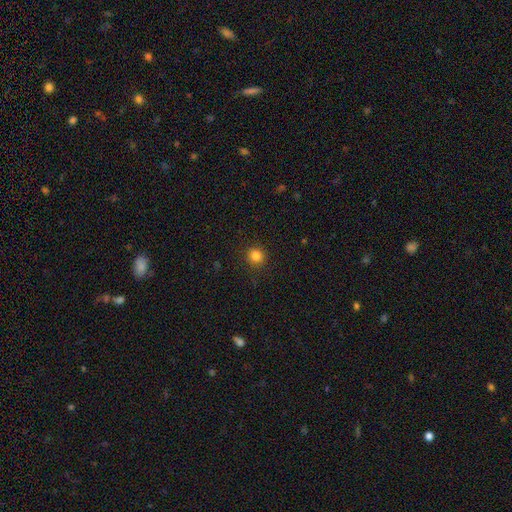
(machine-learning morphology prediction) The model was most divided on "smooth or featured": smooth: 84%, star or artifact: 12%, featured or disk: 4%. More confident: how rounded — round (92%); merging — none (90%).